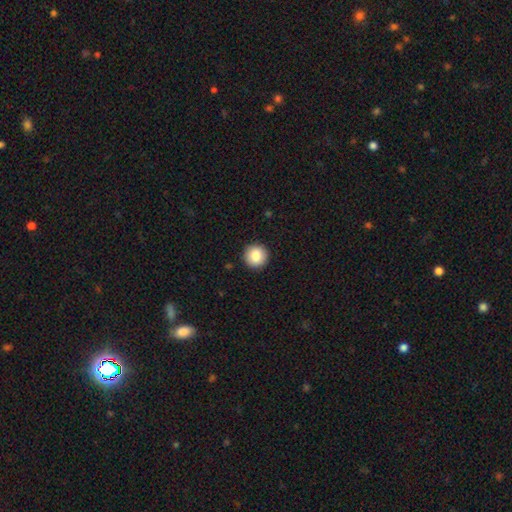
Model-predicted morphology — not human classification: smooth-or-featured: smooth: 86% | star or artifact: 8% | featured or disk: 6%
  how-rounded: round: 95% | in between: 4% | cigar-shaped: 1%
  merging: none: 92% | minor disturbance: 5% | major disturbance: 2% | merger: 1%